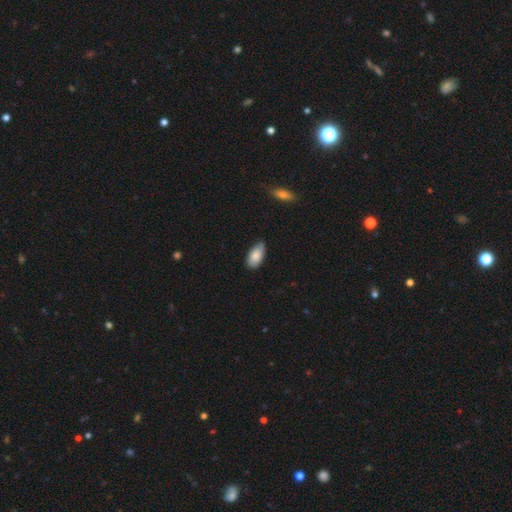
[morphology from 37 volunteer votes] This is clearly a smooth galaxy (84%). How rounded: clearly in between (100%). Merging: possibly minor disturbance (49%).